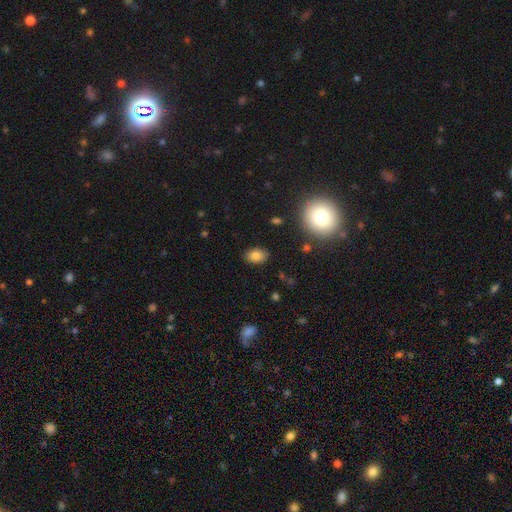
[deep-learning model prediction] smooth 80%, star or artifact 11%, featured or disk 9%. Down the decision tree: how rounded — in between (83%); merging — none (86%).